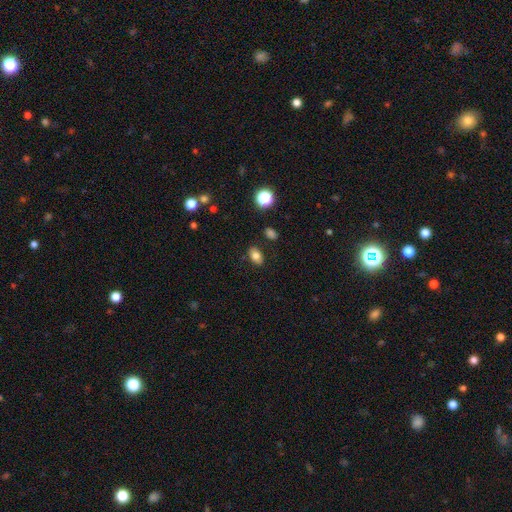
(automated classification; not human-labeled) This appears to be a smooth galaxy with no disk features (79%) that is in between round and cigar-shaped (84%). Merging: none (84%).